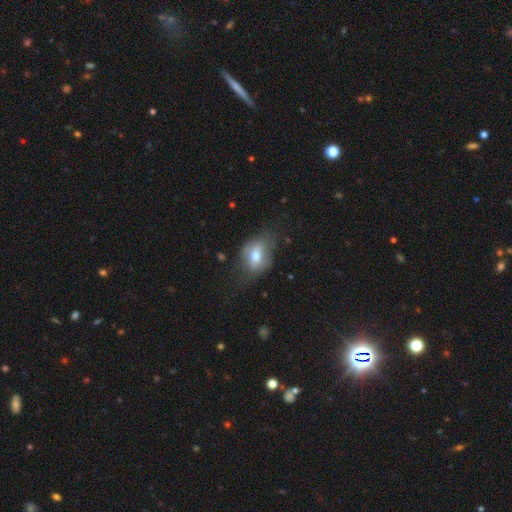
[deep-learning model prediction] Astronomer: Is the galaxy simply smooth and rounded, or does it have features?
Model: smooth — 66%.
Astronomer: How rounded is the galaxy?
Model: in between — 76%.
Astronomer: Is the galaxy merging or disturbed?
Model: none — 53% (runner-up: minor disturbance, 30%).